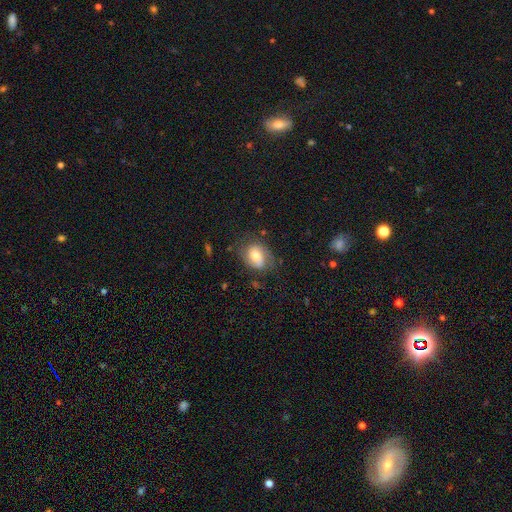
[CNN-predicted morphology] smooth_or_featured: smooth (p=0.50) [alt: featured or disk p=0.41]
how_rounded: in between (p=0.61) [alt: round p=0.38]
merging: none (p=0.63) [alt: minor disturbance p=0.24]